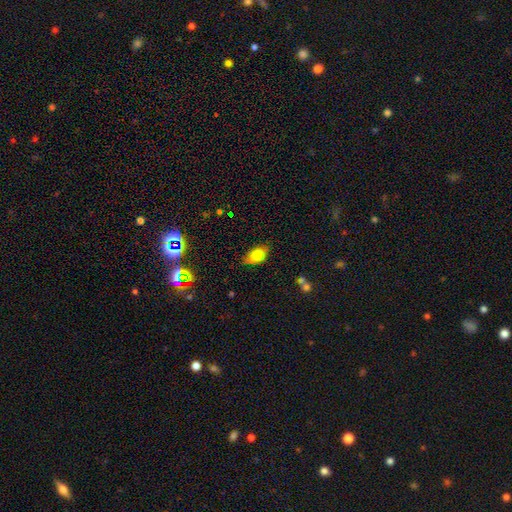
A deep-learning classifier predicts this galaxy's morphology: A smooth galaxy with no disk features (76%) that is in between round and cigar-shaped (88%).

Vote fractions:
- Smooth or featured? smooth: 76% / featured or disk: 14% / star or artifact: 10%
- How rounded? in between: 88% / round: 8% / cigar-shaped: 4%
- Merging? none: 67% / minor disturbance: 26% / major disturbance: 5% / merger: 3%